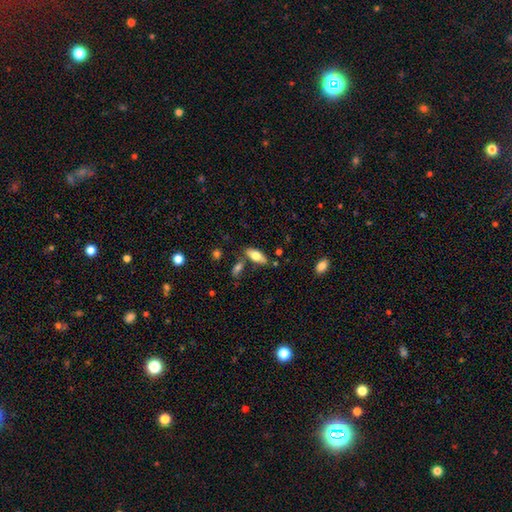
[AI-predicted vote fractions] Overall: smooth (70%). How rounded: in between (78%). Merging: none (70%).